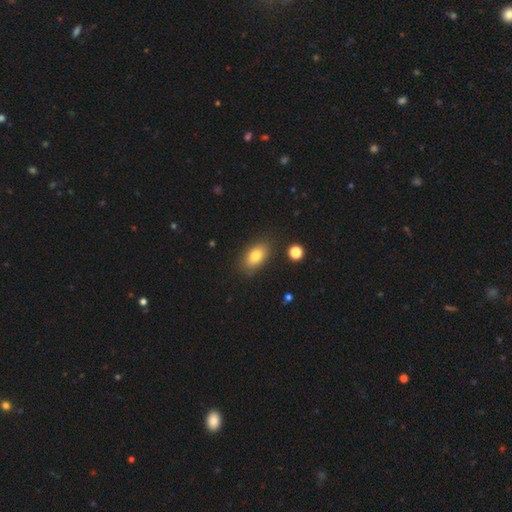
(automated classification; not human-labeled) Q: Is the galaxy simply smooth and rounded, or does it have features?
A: smooth — 80%.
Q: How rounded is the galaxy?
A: in between — 89%.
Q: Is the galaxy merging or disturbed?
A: none — 83%.